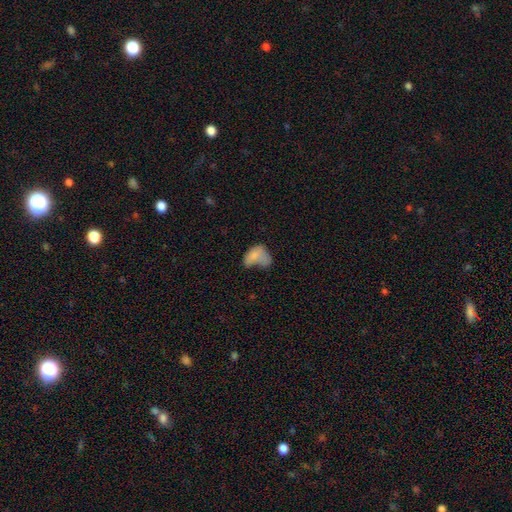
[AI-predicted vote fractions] Q: Smooth or featured?
A: smooth (71%); runner-up: featured or disk (19%)
Q: How rounded?
A: in between (85%); runner-up: round (13%)
Q: Merging?
A: major disturbance (38%); runner-up: minor disturbance (23%)